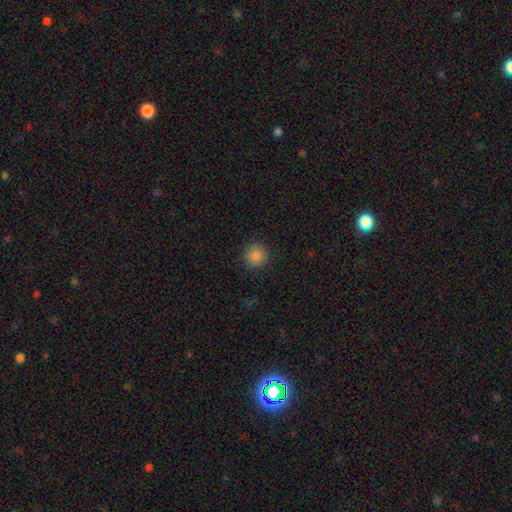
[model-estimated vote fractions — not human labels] smooth-or-featured: smooth: 86% | star or artifact: 11% | featured or disk: 3%
  how-rounded: round: 94% | in between: 5% | cigar-shaped: 1%
  merging: none: 91% | minor disturbance: 6% | major disturbance: 2% | merger: 1%